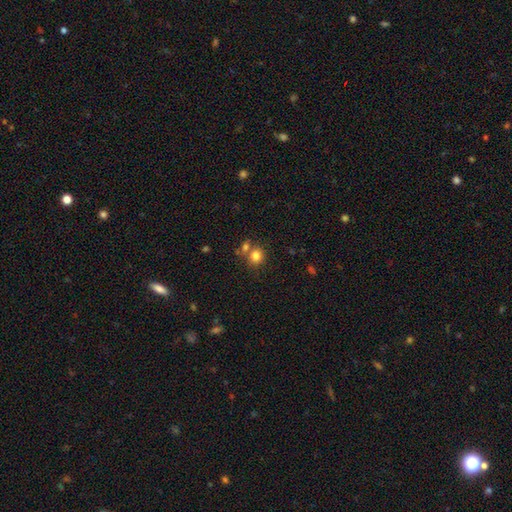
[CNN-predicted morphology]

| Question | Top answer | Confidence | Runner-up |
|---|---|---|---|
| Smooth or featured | smooth | 81% | star or artifact (12%) |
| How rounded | round | 78% | in between (21%) |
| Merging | none | 62% | merger (25%) |